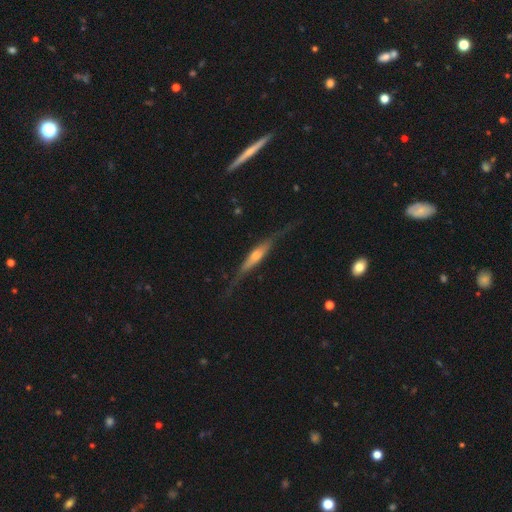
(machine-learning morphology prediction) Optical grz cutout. It shows a featured or disk galaxy (70%) viewed edge-on (95%) with a rounded central bulge (69%). Merging: none (75%).